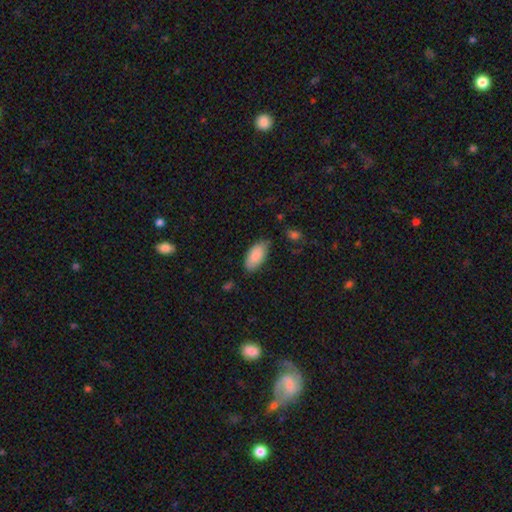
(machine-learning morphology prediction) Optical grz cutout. It shows a smooth galaxy with no disk features (86%) that is in between round and cigar-shaped (93%). Merging: none (77%).